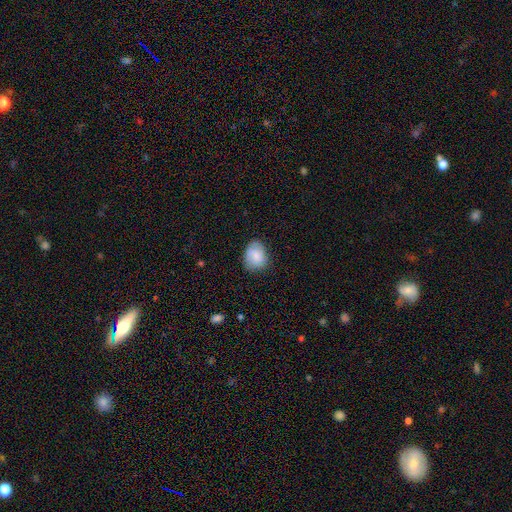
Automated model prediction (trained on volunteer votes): smooth-or-featured: smooth: 78% | featured or disk: 15% | star or artifact: 7%
  how-rounded: in between: 55% | round: 44% | cigar-shaped: 1%
  merging: none: 75% | minor disturbance: 20% | major disturbance: 4% | merger: 1%